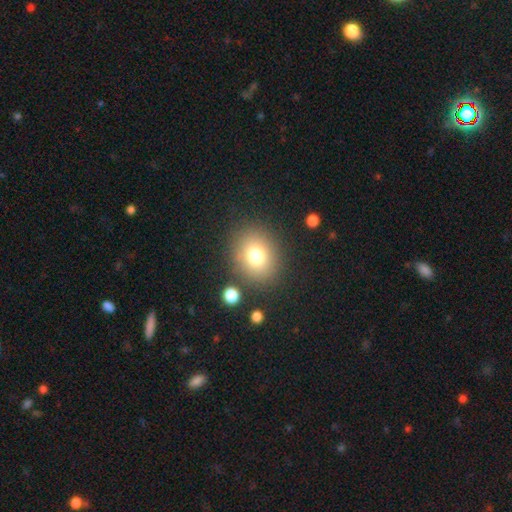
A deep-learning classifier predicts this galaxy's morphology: smooth_or_featured: smooth (p=0.76) [alt: star or artifact p=0.13]
how_rounded: round (p=0.67) [alt: in between p=0.32]
merging: none (p=0.82) [alt: minor disturbance p=0.09]